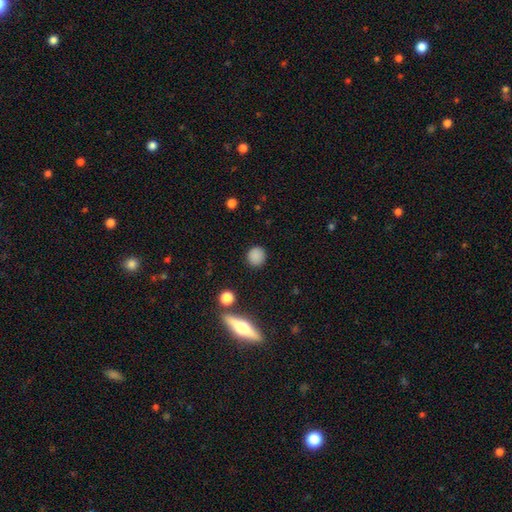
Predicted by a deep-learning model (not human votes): This appears to be a smooth galaxy with no disk features (85%) that is round (88%). Merging: none (88%).